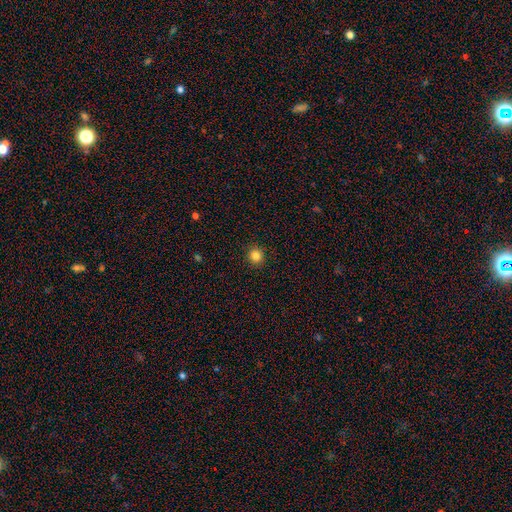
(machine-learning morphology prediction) Smooth or featured? smooth (83%)
How rounded? round (92%)
Merging? none (93%)